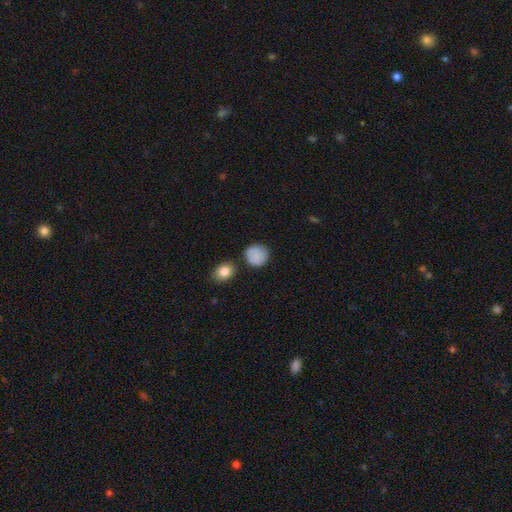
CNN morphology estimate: A smooth galaxy with no disk features (86%) that is round (89%). Merging: none (80%).